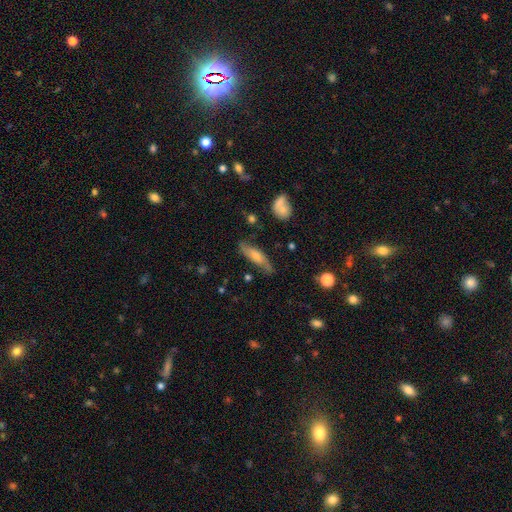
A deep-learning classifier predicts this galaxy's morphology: Q: Smooth or featured?
A: featured or disk (50%); runner-up: smooth (42%)
Q: Edge-on disk?
A: no (53%); runner-up: yes (47%)
Q: Merging?
A: none (72%); runner-up: minor disturbance (20%)